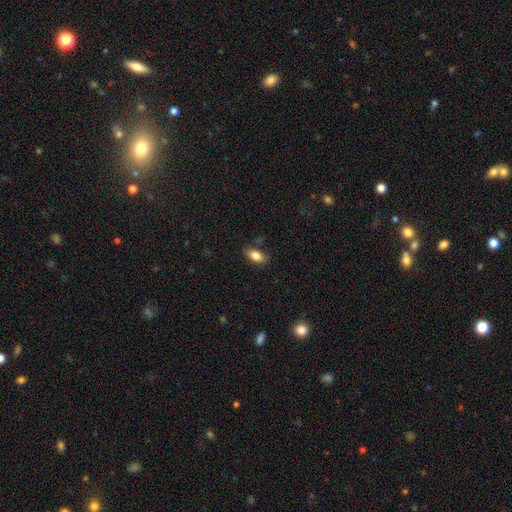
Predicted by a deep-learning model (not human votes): smooth 83%, featured or disk 10%, star or artifact 8%. Down the decision tree: how rounded — in between (88%); merging — none (81%).